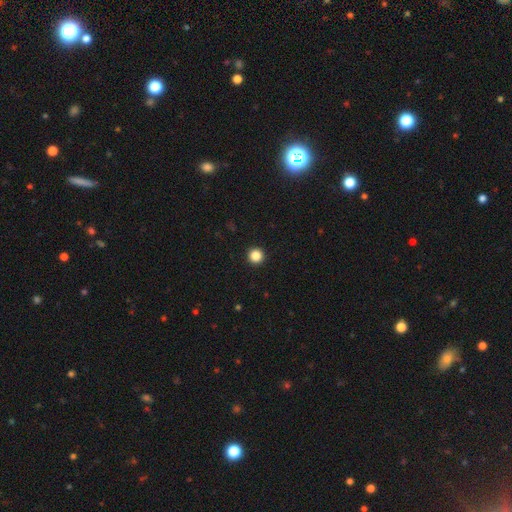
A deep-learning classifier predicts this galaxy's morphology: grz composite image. It shows a smooth galaxy with no disk features (86%) that is round (97%). Merging: none (94%).